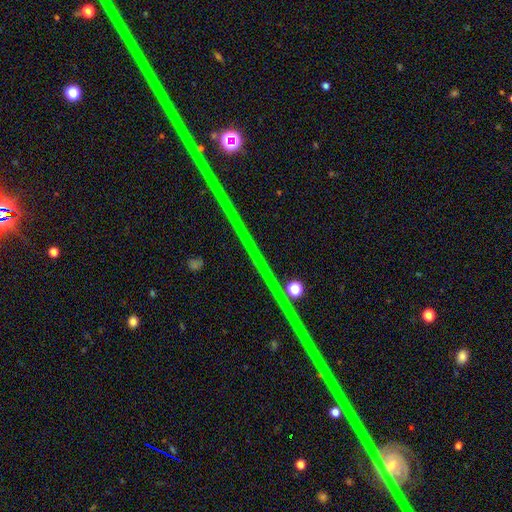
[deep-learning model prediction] Overall: star or artifact (84%).